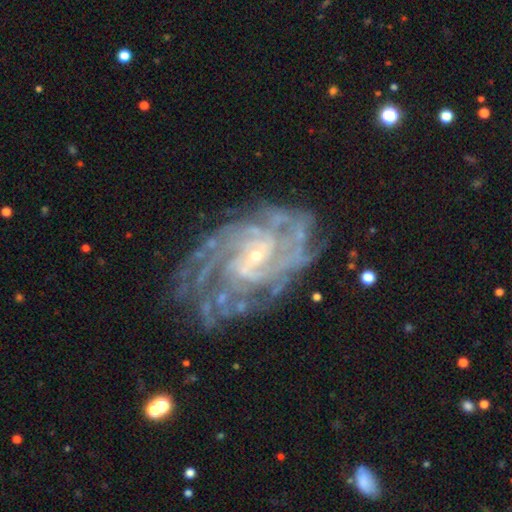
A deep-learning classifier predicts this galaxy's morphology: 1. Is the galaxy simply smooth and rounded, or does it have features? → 89% featured or disk, 6% star or artifact, 5% smooth.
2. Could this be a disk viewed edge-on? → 97% no, 3% yes.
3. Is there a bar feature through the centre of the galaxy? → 47% no, 40% weak, 13% strong.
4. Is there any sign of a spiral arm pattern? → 97% yes, 3% no.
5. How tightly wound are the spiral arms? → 65% tight, 29% medium, 6% loose.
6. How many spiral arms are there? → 29% can't tell, 23% 4, 19% more than 4, 12% 3, 10% 2, 7% 1.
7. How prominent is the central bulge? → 82% small, 13% moderate, 2% none, 1% large, 1% dominant.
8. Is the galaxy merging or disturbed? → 70% none, 18% minor disturbance, 10% major disturbance, 2% merger.